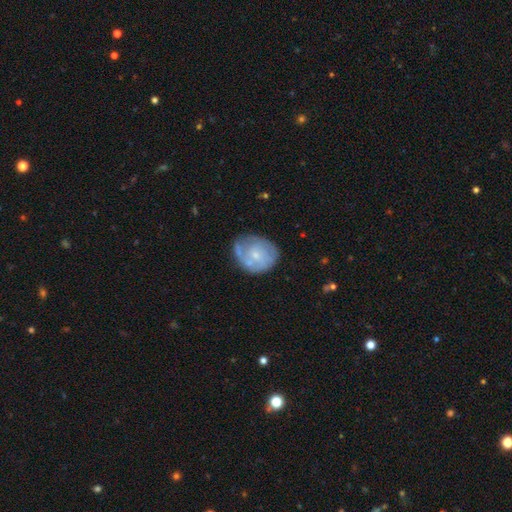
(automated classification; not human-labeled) Smooth or featured?
  - featured or disk: 62% *
  - smooth: 32%
  - star or artifact: 7%
Edge-on disk?
  - no: 97% *
  - yes: 3%
Bar?
  - no: 69% *
  - weak: 27%
  - strong: 4%
Spiral arms?
  - yes: 72% *
  - no: 28%
Bulge size?
  - small: 68% *
  - moderate: 25%
  - none: 5%
  - large: 1%
  - dominant: 1%
Merging?
  - none: 57% *
  - minor disturbance: 26%
  - major disturbance: 11%
  - merger: 7%